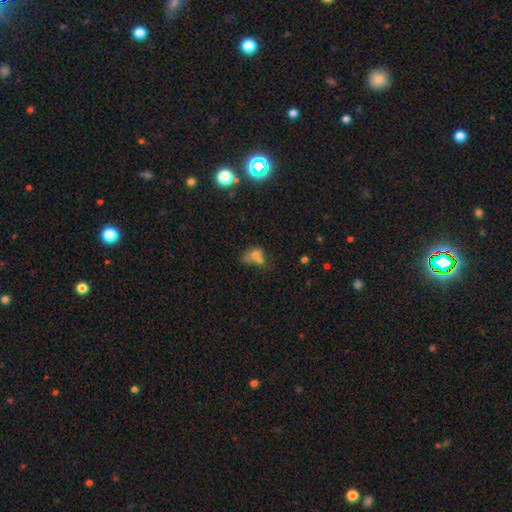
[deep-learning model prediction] Overall: smooth (66%). How rounded: in between (56%; round 43%). Merging: merger (54%; none 24%).